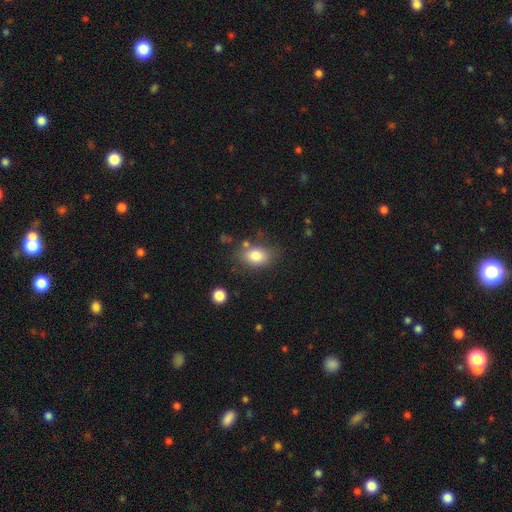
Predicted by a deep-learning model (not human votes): Overall: smooth (81%). How rounded: in between (78%). Merging: none (71%).